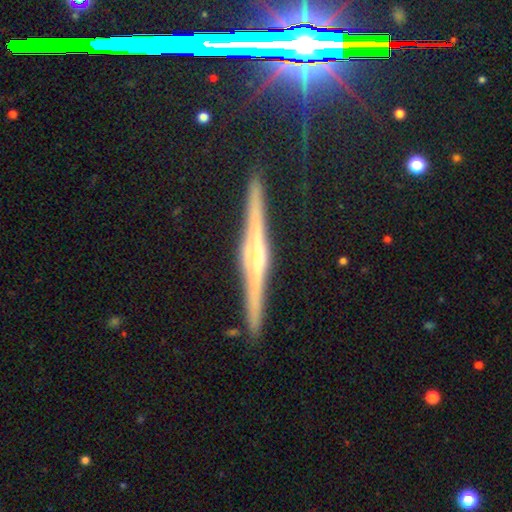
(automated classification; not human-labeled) Overall: featured or disk (80%). Edge-on disk: yes (98%). Edge-on bulge: rounded (71%). Merging: none (91%).